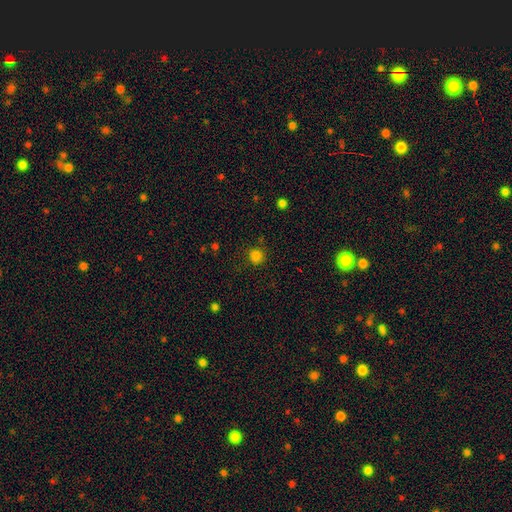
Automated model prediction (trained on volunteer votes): Smooth or featured? smooth (80%)
How rounded? round (85%)
Merging? none (80%)